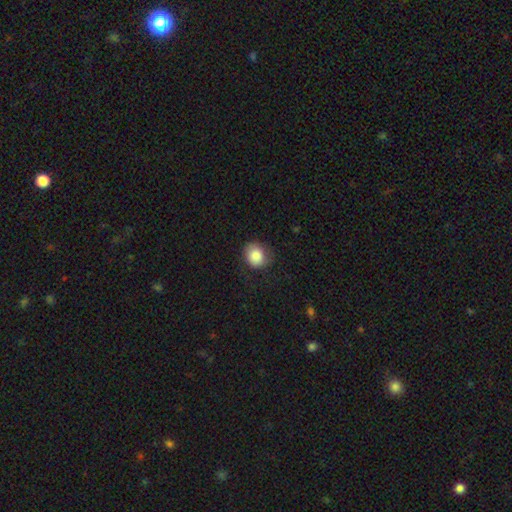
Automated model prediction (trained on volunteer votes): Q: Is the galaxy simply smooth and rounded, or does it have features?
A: smooth — 84%.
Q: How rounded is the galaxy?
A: round — 68%.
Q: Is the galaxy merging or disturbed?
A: none — 71%.